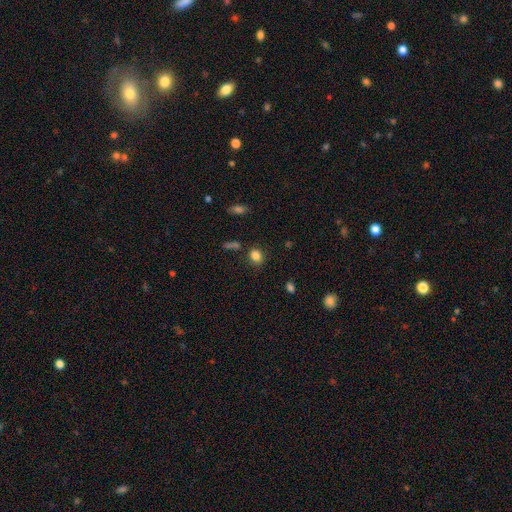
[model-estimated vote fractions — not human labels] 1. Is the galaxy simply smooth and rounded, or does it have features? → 84% smooth, 11% star or artifact, 5% featured or disk.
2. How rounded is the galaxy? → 54% round, 45% in between, 1% cigar-shaped.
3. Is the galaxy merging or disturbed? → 77% none, 14% minor disturbance, 5% merger, 4% major disturbance.